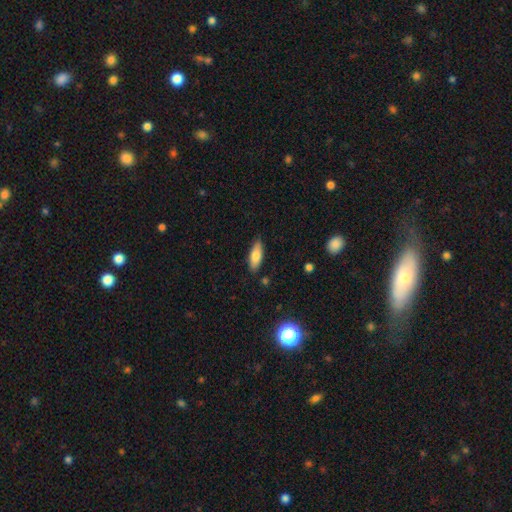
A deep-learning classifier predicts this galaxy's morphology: smooth 77%, featured or disk 17%, star or artifact 7%. Down the decision tree: how rounded — in between (70%); merging — none (85%).